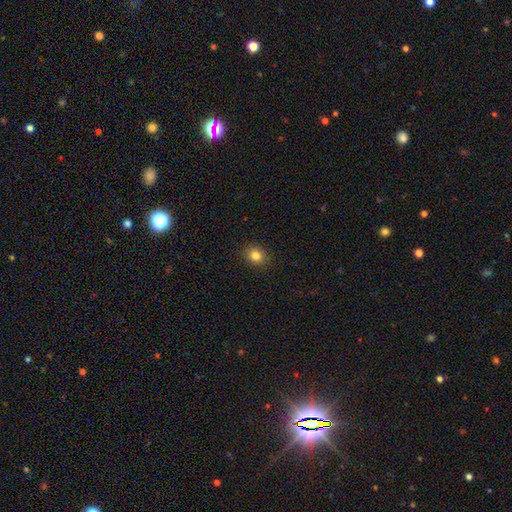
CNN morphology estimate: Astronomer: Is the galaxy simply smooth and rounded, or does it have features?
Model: smooth — 83%.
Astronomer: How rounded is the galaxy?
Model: round — 64%.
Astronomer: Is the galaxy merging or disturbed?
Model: none — 89%.